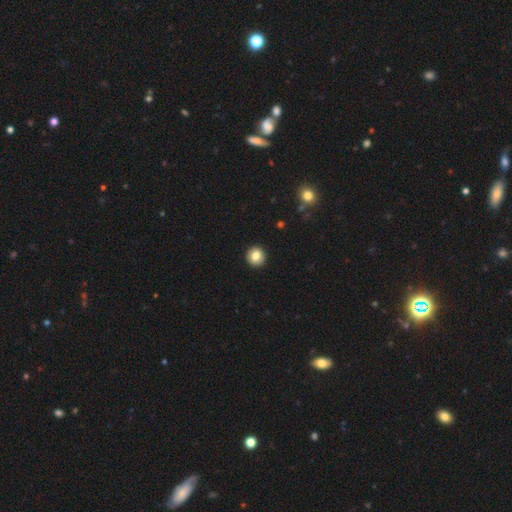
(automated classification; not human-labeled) smooth-or-featured: smooth: 81% | featured or disk: 10% | star or artifact: 9%
  how-rounded: round: 94% | in between: 5% | cigar-shaped: 1%
  merging: none: 93% | minor disturbance: 5% | major disturbance: 1% | merger: 1%